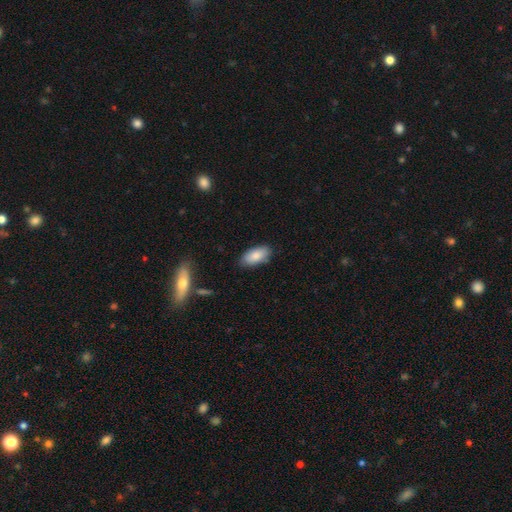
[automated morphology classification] Smooth or featured: smooth — 84% (featured or disk — 9%)
How rounded: in between — 92% (cigar-shaped — 6%)
Merging: none — 83% (minor disturbance — 13%)